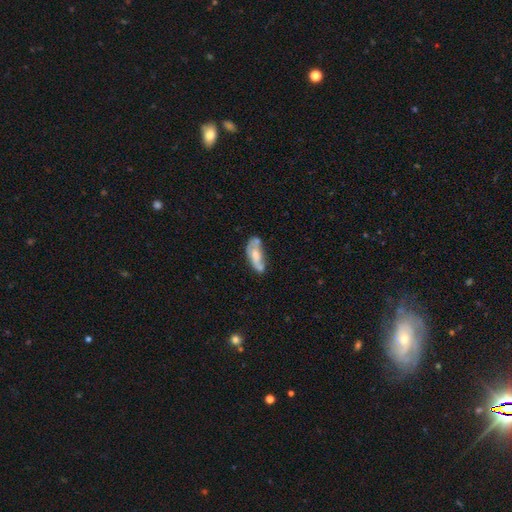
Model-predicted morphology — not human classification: Smooth or featured? smooth (49%)
Merging? none (36%)